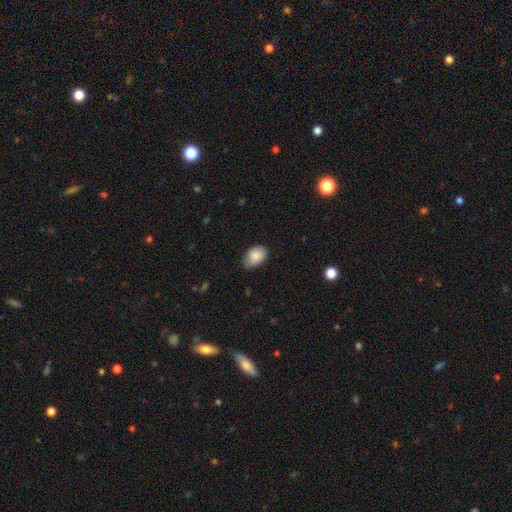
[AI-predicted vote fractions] smooth 86%, star or artifact 7%, featured or disk 7%. Down the decision tree: how rounded — in between (86%); merging — none (67%).